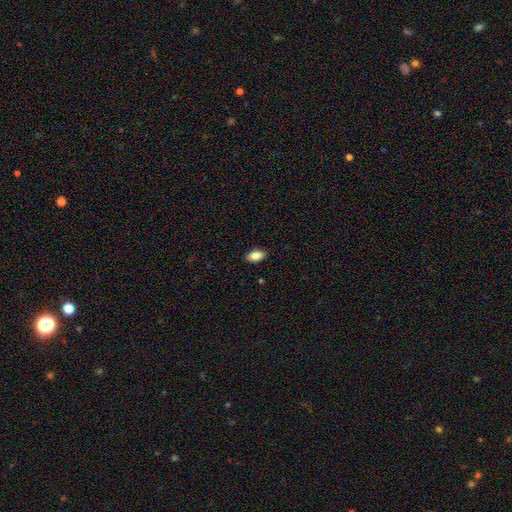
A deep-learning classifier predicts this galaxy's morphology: This appears to be a smooth galaxy with no disk features (85%) that is in between round and cigar-shaped (91%). Merging: none (88%).